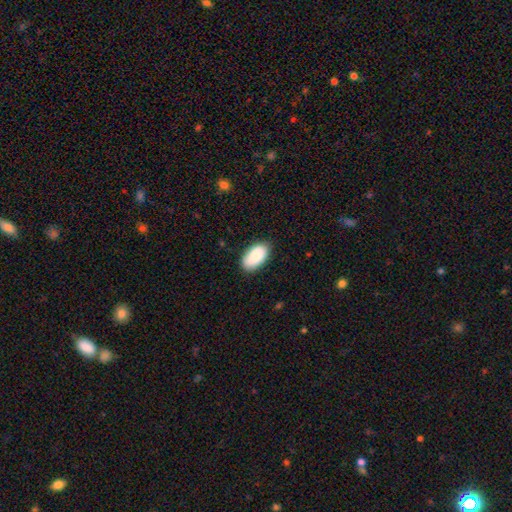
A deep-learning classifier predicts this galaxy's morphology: smooth 89%, star or artifact 6%, featured or disk 5%. Down the decision tree: how rounded — in between (95%); merging — none (85%).